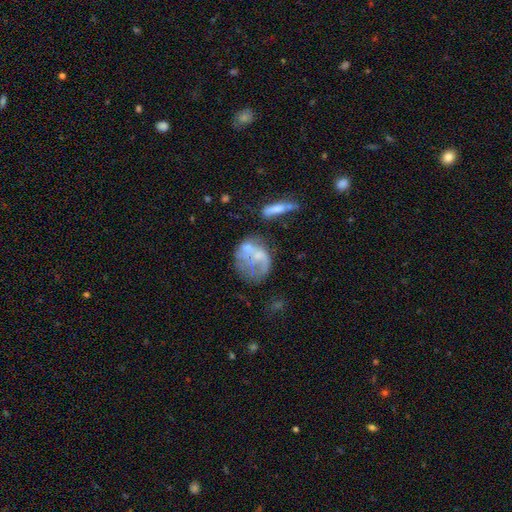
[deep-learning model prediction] This is possibly a featured or disk galaxy (51%). It is clearly not viewed edge-on (97%). Merging: marginally none (32%).